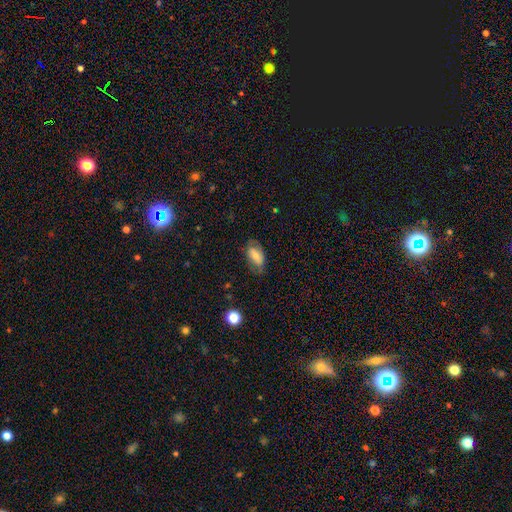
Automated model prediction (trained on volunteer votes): smooth-or-featured: smooth: 57% | featured or disk: 36% | star or artifact: 8%
  how-rounded: in between: 91% | round: 5% | cigar-shaped: 4%
  merging: none: 69% | minor disturbance: 21% | major disturbance: 9% | merger: 1%